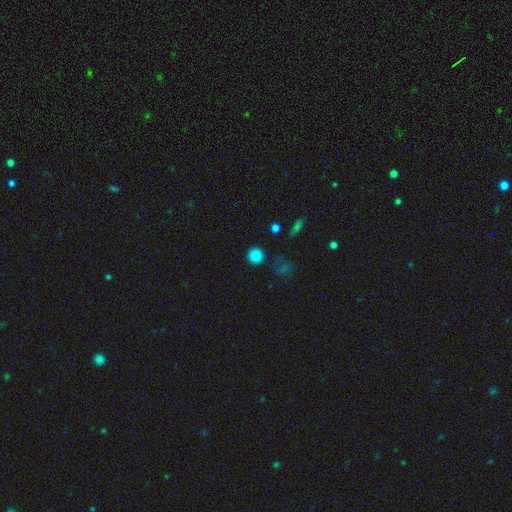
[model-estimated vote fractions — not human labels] smooth-or-featured: smooth: 84% | star or artifact: 11% | featured or disk: 4%
  how-rounded: round: 93% | in between: 6% | cigar-shaped: 1%
  merging: none: 86% | minor disturbance: 8% | major disturbance: 3% | merger: 3%